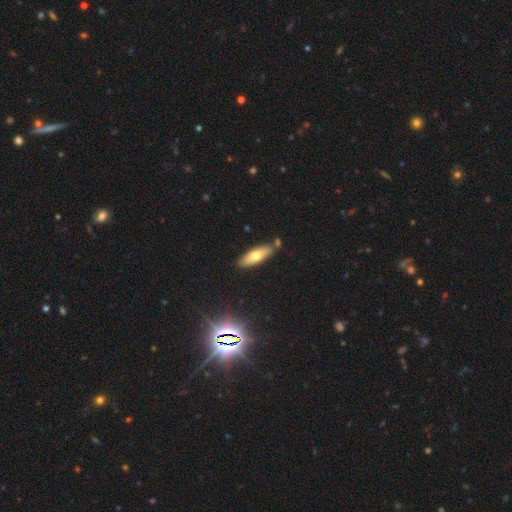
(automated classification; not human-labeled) Q: Smooth or featured?
A: smooth (64%); runner-up: featured or disk (29%)
Q: How rounded?
A: in between (52%); runner-up: cigar-shaped (46%)
Q: Merging?
A: none (81%); runner-up: minor disturbance (11%)